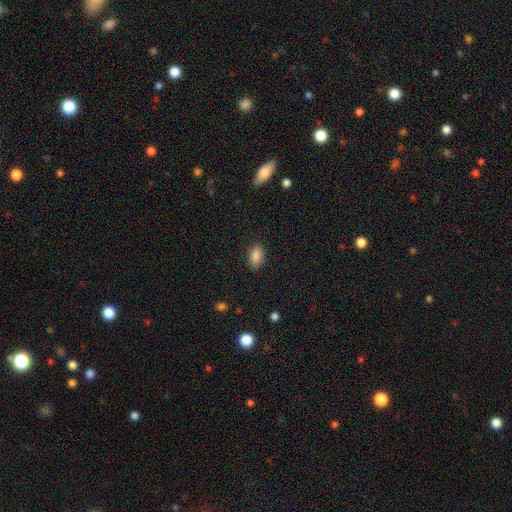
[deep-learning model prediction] Smooth or featured? smooth (87%)
How rounded? in between (90%)
Merging? none (85%)